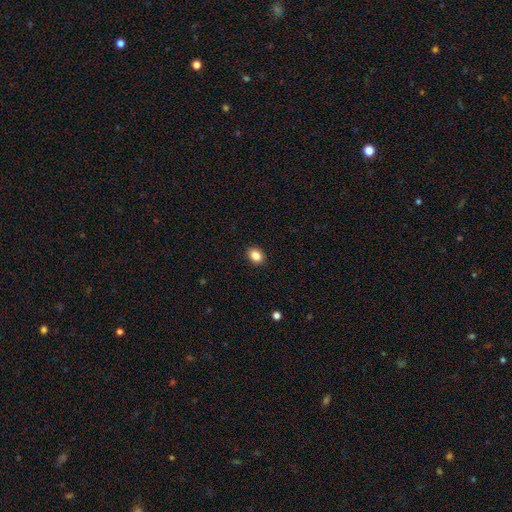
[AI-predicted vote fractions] Q: Smooth or featured?
A: smooth (86%); runner-up: star or artifact (10%)
Q: How rounded?
A: in between (58%); runner-up: round (41%)
Q: Merging?
A: none (91%); runner-up: minor disturbance (6%)